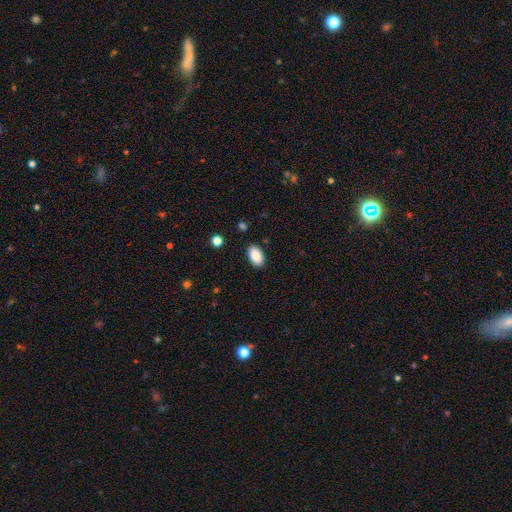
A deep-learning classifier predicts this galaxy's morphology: This appears to be a smooth galaxy with no disk features (88%) that is in between round and cigar-shaped (94%). Merging: none (88%).